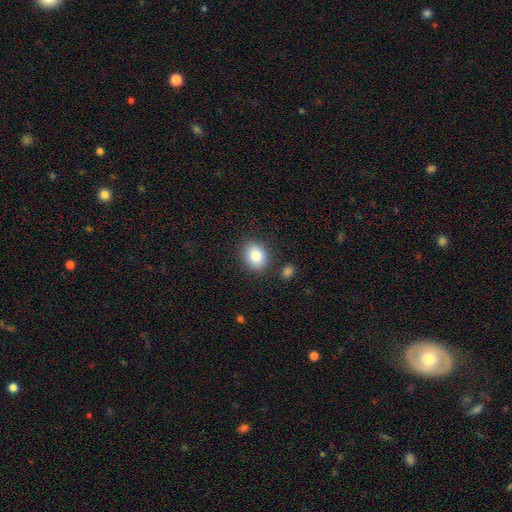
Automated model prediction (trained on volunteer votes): The model was most divided on "how rounded": in between: 55%, round: 44%, cigar-shaped: 1%. More confident: smooth or featured — smooth (85%); merging — none (84%).